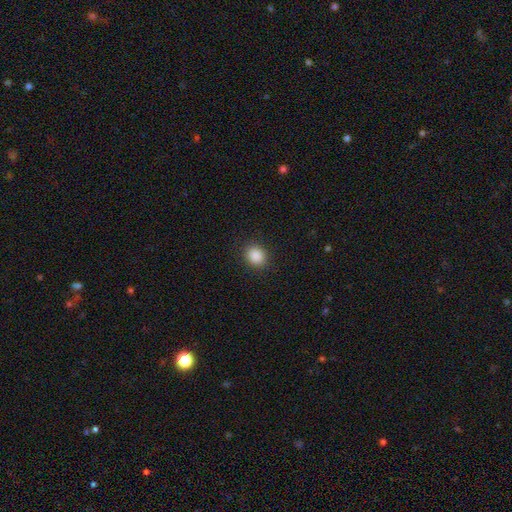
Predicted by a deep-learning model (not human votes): smooth_or_featured: smooth (p=0.88) [alt: star or artifact p=0.09]
how_rounded: round (p=0.63) [alt: in between p=0.36]
merging: none (p=0.89) [alt: minor disturbance p=0.07]